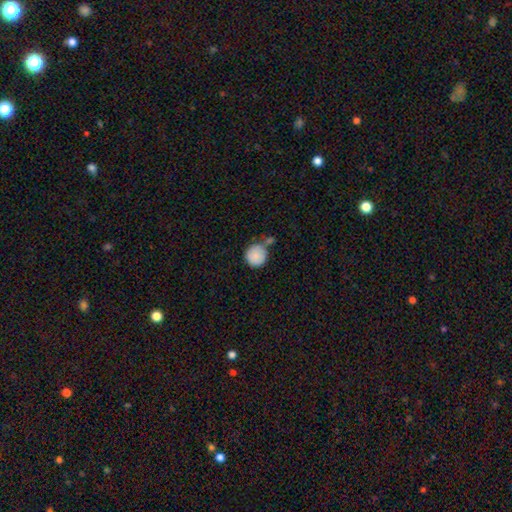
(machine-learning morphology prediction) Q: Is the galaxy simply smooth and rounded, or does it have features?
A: smooth — 87%.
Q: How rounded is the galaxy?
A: round — 93%.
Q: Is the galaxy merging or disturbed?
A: none — 59%.